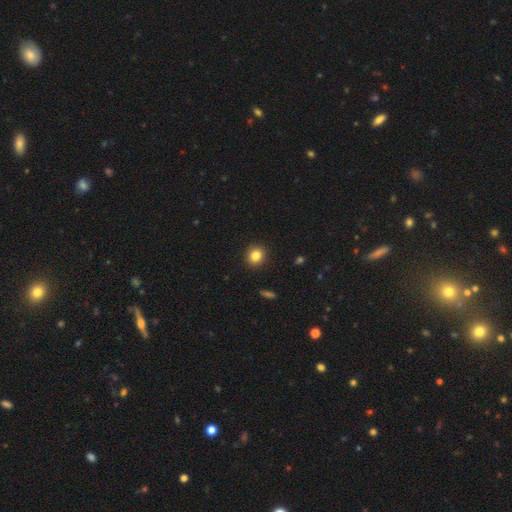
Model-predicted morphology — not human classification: smooth_or_featured: smooth (p=0.84) [alt: star or artifact p=0.11]
how_rounded: round (p=0.80) [alt: in between p=0.19]
merging: none (p=0.92) [alt: minor disturbance p=0.06]